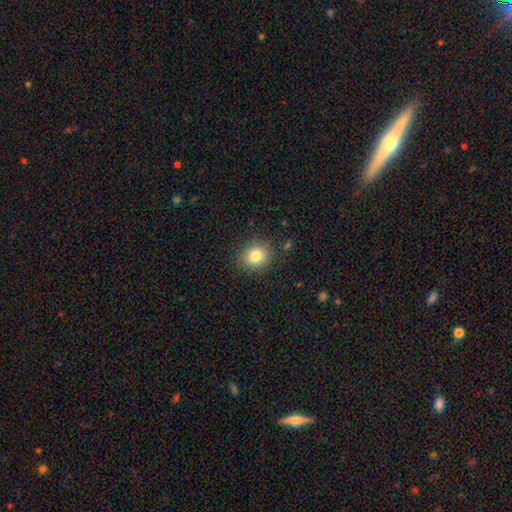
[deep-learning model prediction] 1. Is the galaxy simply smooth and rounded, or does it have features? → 82% smooth, 11% star or artifact, 7% featured or disk.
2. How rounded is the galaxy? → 78% round, 21% in between, 1% cigar-shaped.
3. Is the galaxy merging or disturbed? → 87% none, 9% minor disturbance, 3% major disturbance, 1% merger.